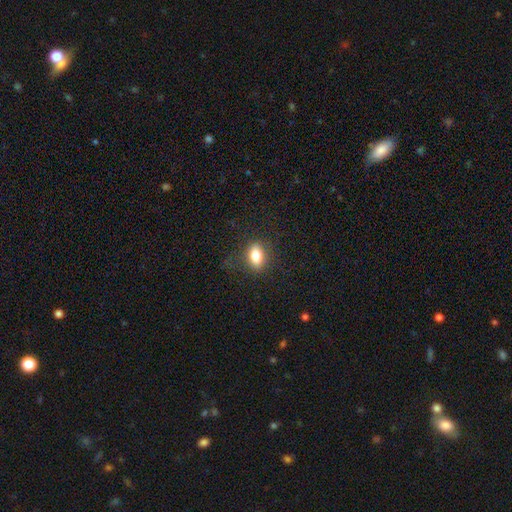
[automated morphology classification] Smooth or featured?
  - smooth: 78% *
  - featured or disk: 12%
  - star or artifact: 9%
How rounded?
  - in between: 80% *
  - round: 16%
  - cigar-shaped: 5%
Merging?
  - none: 81% *
  - minor disturbance: 13%
  - major disturbance: 5%
  - merger: 1%